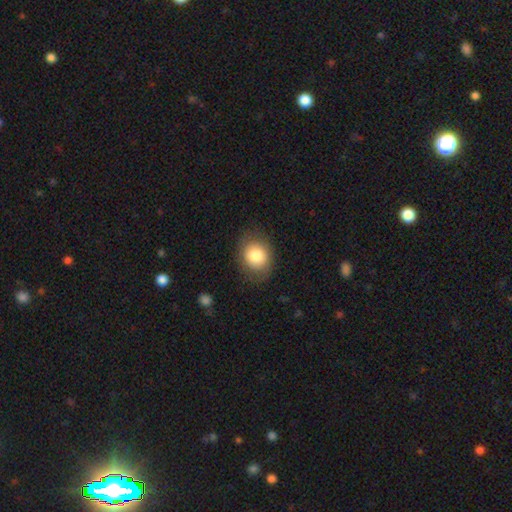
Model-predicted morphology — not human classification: Smooth or featured?
  - smooth: 81% *
  - featured or disk: 11%
  - star or artifact: 8%
How rounded?
  - round: 61% *
  - in between: 38%
  - cigar-shaped: 1%
Merging?
  - none: 80% *
  - minor disturbance: 14%
  - major disturbance: 5%
  - merger: 1%